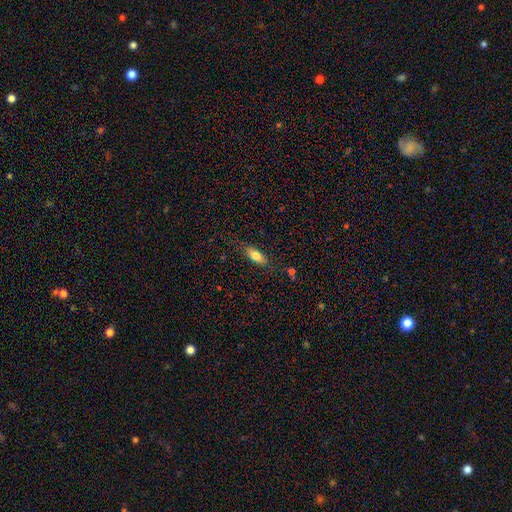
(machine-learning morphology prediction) This appears to be a smooth galaxy with no disk features (74%) that is in between round and cigar-shaped (75%). Merging: none (76%).